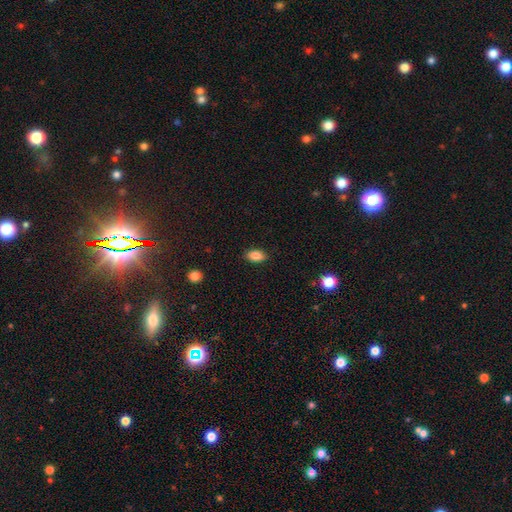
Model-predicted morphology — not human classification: Q: Smooth or featured?
A: smooth (86%); runner-up: star or artifact (8%)
Q: How rounded?
A: in between (89%); runner-up: round (8%)
Q: Merging?
A: none (88%); runner-up: minor disturbance (9%)